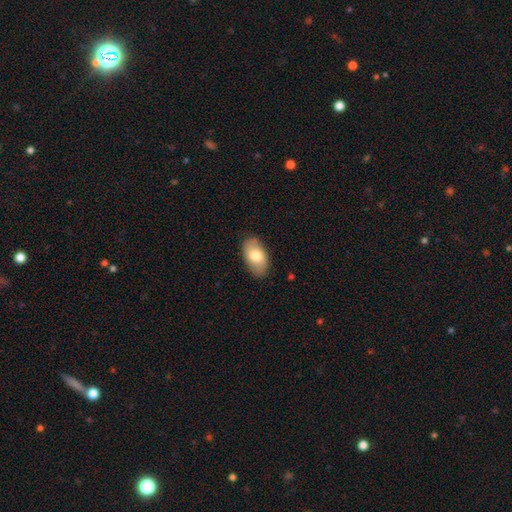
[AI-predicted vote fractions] smooth-or-featured: smooth: 72% | featured or disk: 22% | star or artifact: 6%
  how-rounded: in between: 93% | round: 5% | cigar-shaped: 2%
  merging: none: 84% | minor disturbance: 13% | major disturbance: 2% | merger: 1%